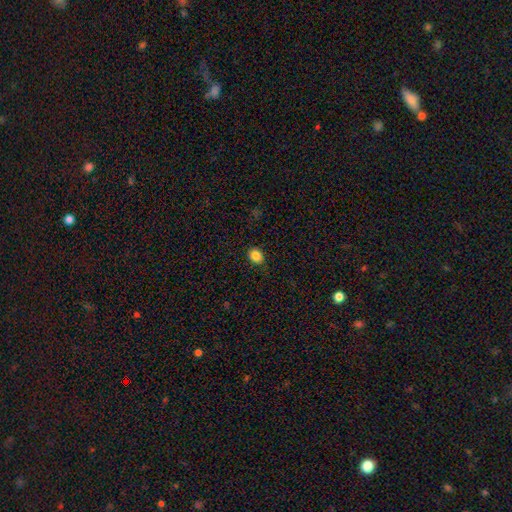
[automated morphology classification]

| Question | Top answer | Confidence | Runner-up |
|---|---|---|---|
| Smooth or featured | smooth | 85% | star or artifact (10%) |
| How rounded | round | 60% | in between (39%) |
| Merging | none | 86% | minor disturbance (10%) |